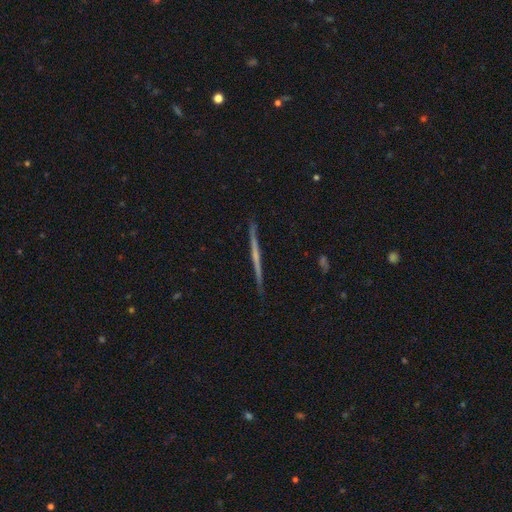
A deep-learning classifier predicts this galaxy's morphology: This appears to be a featured or disk galaxy (69%) viewed edge-on (98%) with no central bulge (71%). Merging: none (90%).